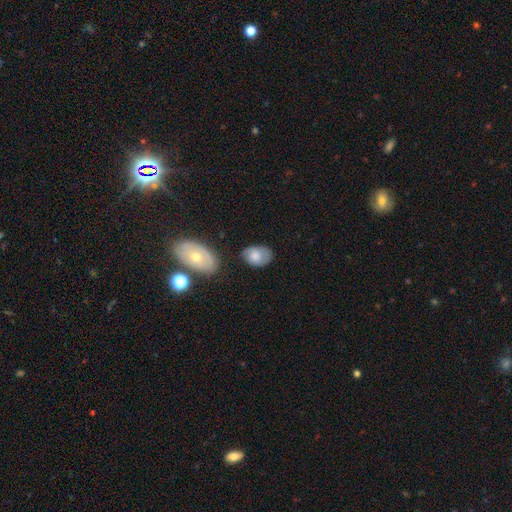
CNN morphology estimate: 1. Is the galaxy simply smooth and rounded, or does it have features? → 69% smooth, 24% featured or disk, 7% star or artifact.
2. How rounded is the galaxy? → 77% in between, 22% round, 1% cigar-shaped.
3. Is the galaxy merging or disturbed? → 55% none, 30% minor disturbance, 10% major disturbance, 6% merger.